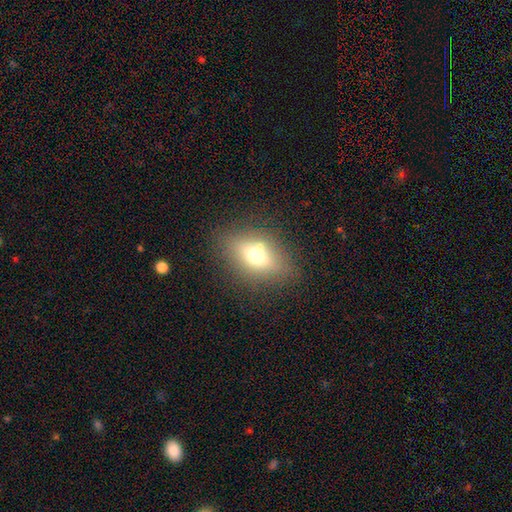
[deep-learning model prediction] The model was most divided on "smooth or featured": smooth: 61%, featured or disk: 25%, star or artifact: 14%. More confident: how rounded — in between (71%); merging — none (71%).